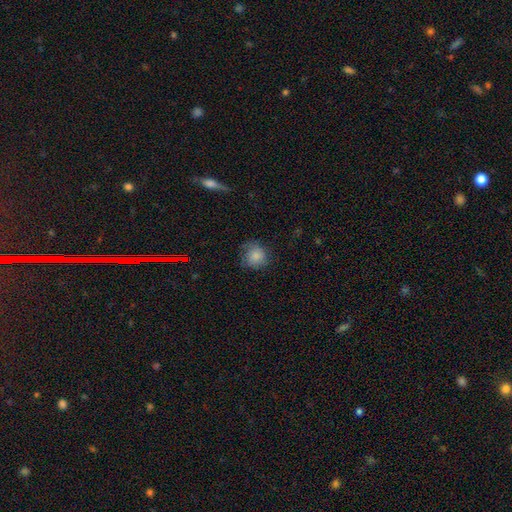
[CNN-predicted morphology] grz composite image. It shows a smooth galaxy with no disk features (82%) that is round (88%). Merging: none (69%).